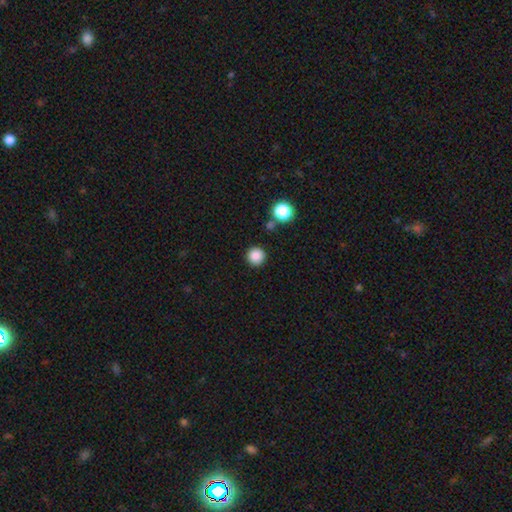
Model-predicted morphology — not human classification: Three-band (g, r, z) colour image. It shows a smooth galaxy with no disk features (86%) that is round (96%). Merging: none (90%).